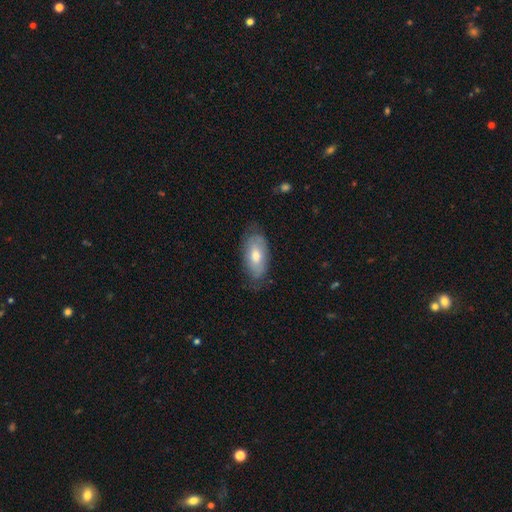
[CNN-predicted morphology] This appears to be a smooth galaxy with no disk features (57%) that is in between round and cigar-shaped (91%). Merging: none (71%).